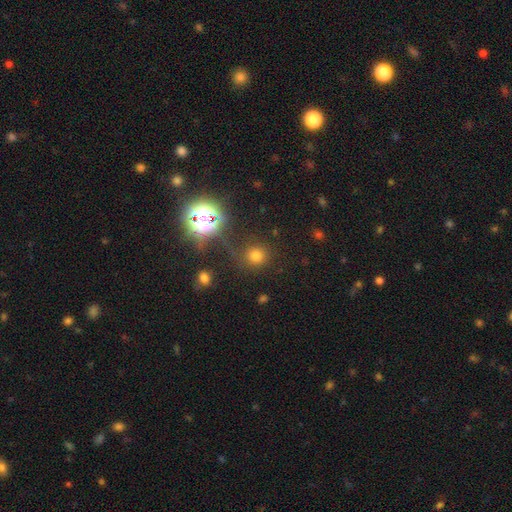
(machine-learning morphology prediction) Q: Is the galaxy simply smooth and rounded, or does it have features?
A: smooth — 67%.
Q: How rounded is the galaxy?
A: round — 91%.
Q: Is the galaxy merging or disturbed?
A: none — 81%.